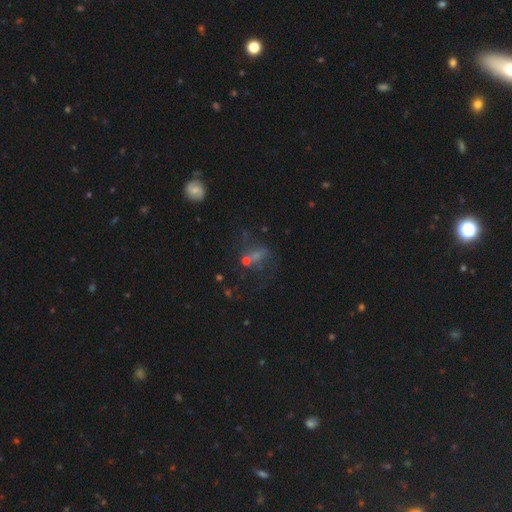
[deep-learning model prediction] smooth_or_featured: star or artifact (p=0.38) [alt: smooth p=0.33]